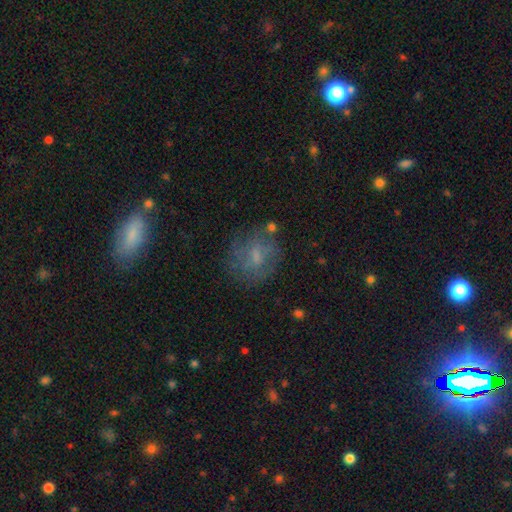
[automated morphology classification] This appears to be a smooth galaxy with no disk features (51%) that is round (64%). Merging: none (65%).